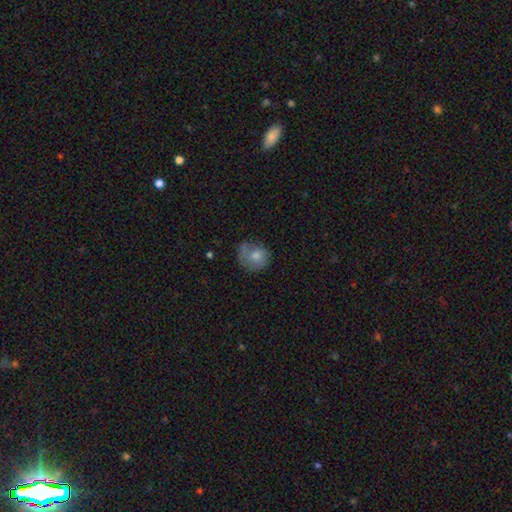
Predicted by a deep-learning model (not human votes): This appears to be a smooth galaxy with no disk features (64%) that is round (78%). Merging: none (56%).